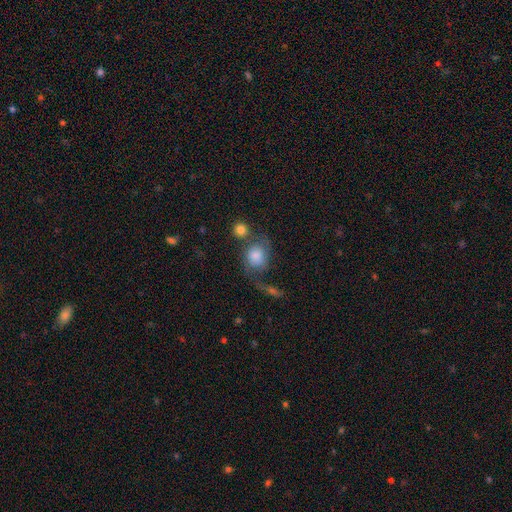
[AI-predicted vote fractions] smooth-or-featured: smooth: 54% | featured or disk: 35% | star or artifact: 11%
  how-rounded: round: 69% | in between: 29% | cigar-shaped: 2%
  merging: none: 39% | merger: 22% | major disturbance: 20% | minor disturbance: 18%